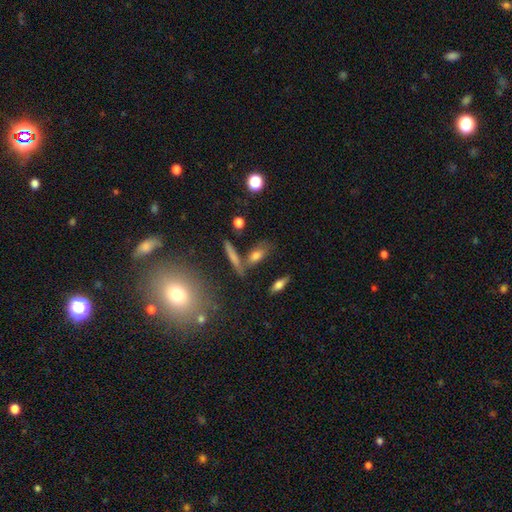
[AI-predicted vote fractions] Overall: smooth (67%). How rounded: in between (58%; cigar-shaped 35%). Merging: none (63%).